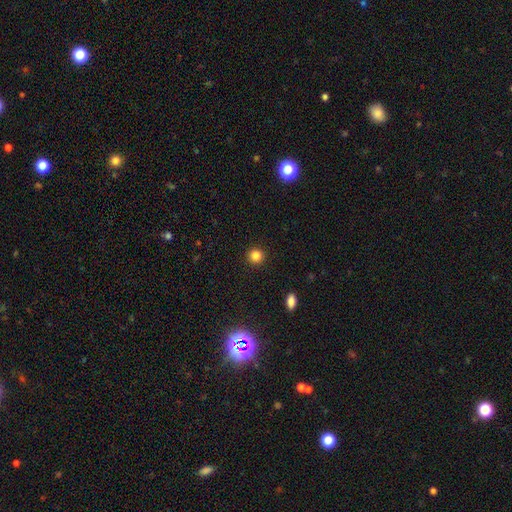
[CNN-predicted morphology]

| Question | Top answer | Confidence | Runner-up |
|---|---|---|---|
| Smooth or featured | smooth | 84% | star or artifact (12%) |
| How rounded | round | 94% | in between (6%) |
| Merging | none | 93% | minor disturbance (5%) |